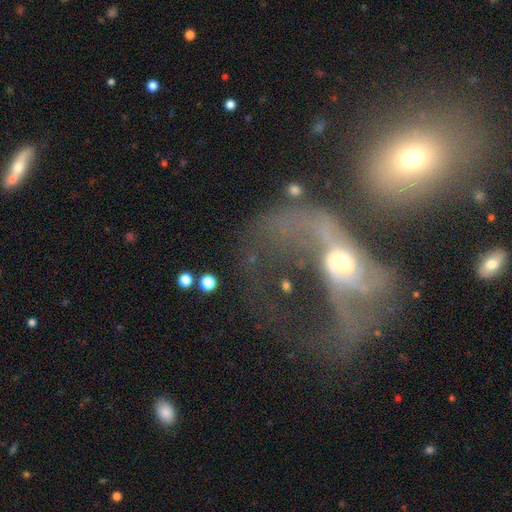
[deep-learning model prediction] smooth-or-featured: featured or disk: 69% | smooth: 18% | star or artifact: 13%
  disk-edge-on: no: 94% | yes: 6%
    bar: no: 55% | weak: 30% | strong: 15%
    has-spiral-arms: yes: 62% | no: 38%
    bulge-size: moderate: 53% | small: 34% | large: 7% | none: 4% | dominant: 2%
  merging: major disturbance: 40% | merger: 39% | none: 13% | minor disturbance: 8%